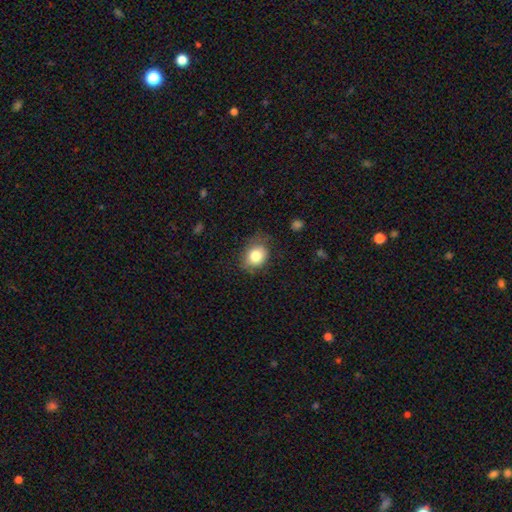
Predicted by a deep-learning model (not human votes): The model was most divided on "how rounded": round: 52%, in between: 47%, cigar-shaped: 1%. More confident: smooth or featured — smooth (80%); merging — none (65%).